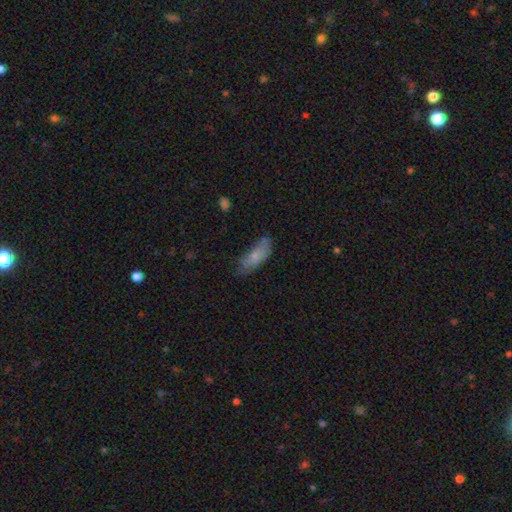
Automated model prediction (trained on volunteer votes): smooth-or-featured: smooth: 74% | featured or disk: 19% | star or artifact: 7%
  how-rounded: in between: 72% | cigar-shaped: 26% | round: 2%
  merging: none: 57% | minor disturbance: 30% | major disturbance: 9% | merger: 5%